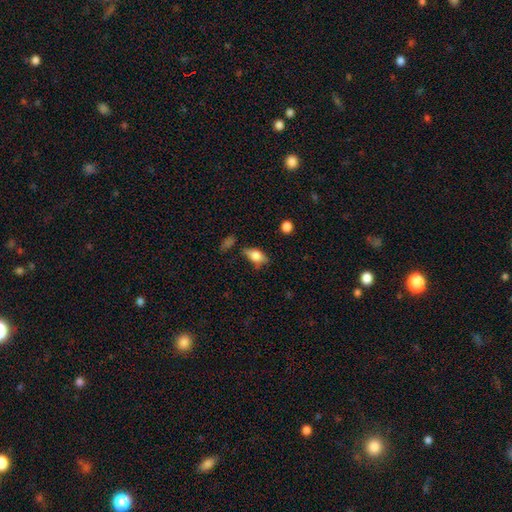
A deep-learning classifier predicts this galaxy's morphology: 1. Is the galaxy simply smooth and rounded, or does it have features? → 70% smooth, 21% featured or disk, 9% star or artifact.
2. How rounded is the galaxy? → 83% in between, 10% cigar-shaped, 8% round.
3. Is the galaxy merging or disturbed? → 58% none, 26% minor disturbance, 11% major disturbance, 5% merger.